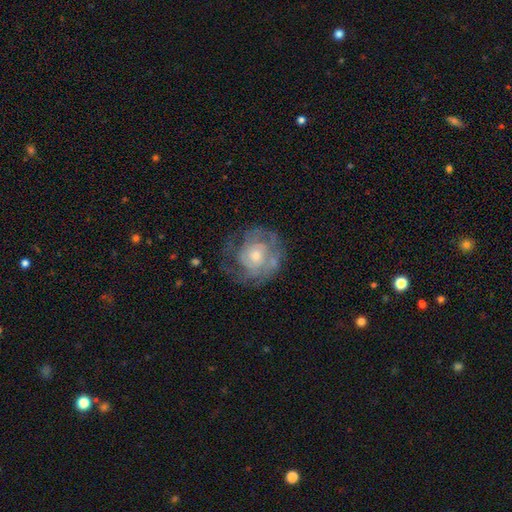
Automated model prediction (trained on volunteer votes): smooth_or_featured: featured or disk (p=0.73) [alt: smooth p=0.20]
disk_edge_on: no (p=0.97) [alt: yes p=0.03]
bar: no (p=0.79) [alt: weak p=0.18]
has_spiral_arms: yes (p=0.77) [alt: no p=0.23]
spiral_winding: tight (p=0.64) [alt: medium p=0.27]
spiral_arm_count: can't tell (p=0.49) [alt: 2 p=0.24]
bulge_size: moderate (p=0.49) [alt: small p=0.44]
merging: none (p=0.62) [alt: minor disturbance p=0.21]